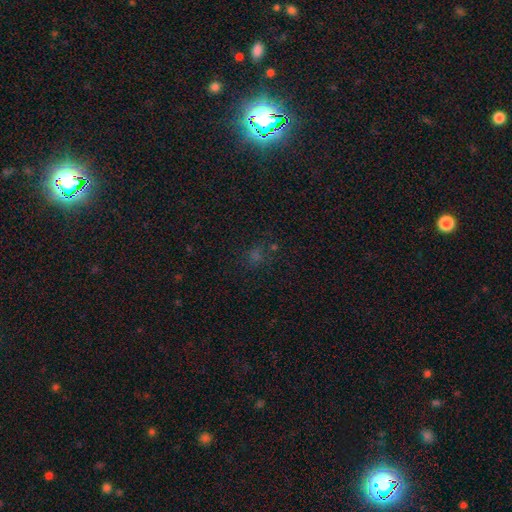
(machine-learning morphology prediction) Overall: star or artifact (55%; smooth 35%).